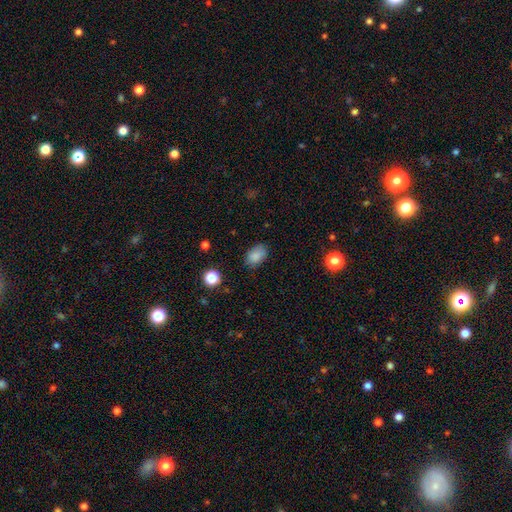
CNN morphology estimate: type=smooth (85%); roundness=in between (83%); merging=none (80%).